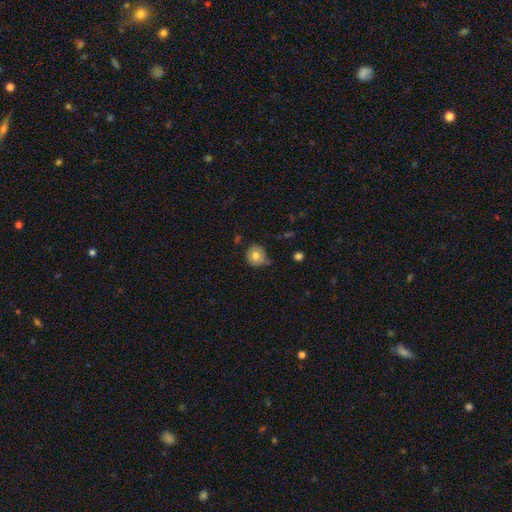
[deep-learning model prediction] Smooth or featured? Predicted: smooth (p=0.77). How rounded? Predicted: round (p=0.84). Merging? Predicted: none (p=0.61).